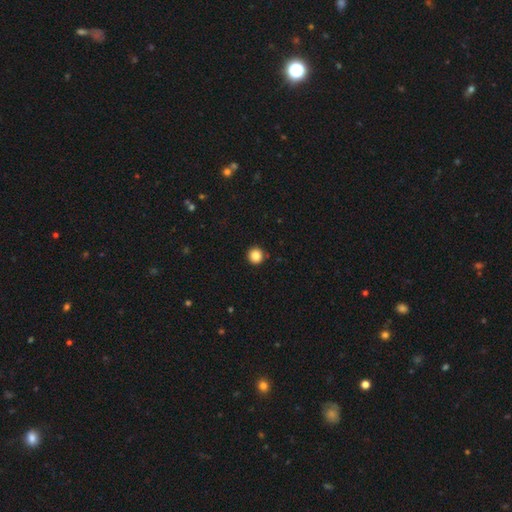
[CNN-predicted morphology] A smooth galaxy with no disk features (84%) that is round (95%). Merging: none (93%).